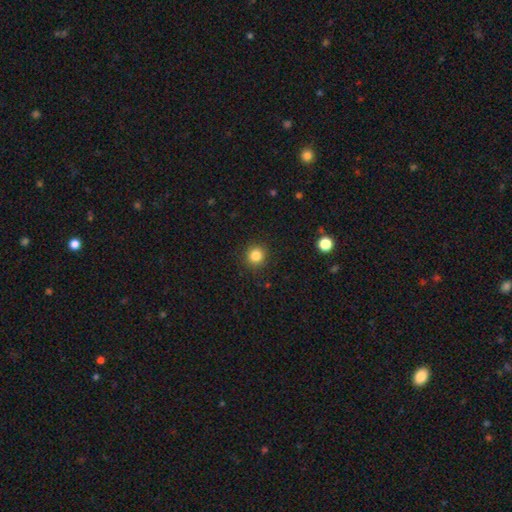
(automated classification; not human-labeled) Smooth or featured? Predicted: smooth (p=0.84). How rounded? Predicted: round (p=0.92). Merging? Predicted: none (p=0.90).